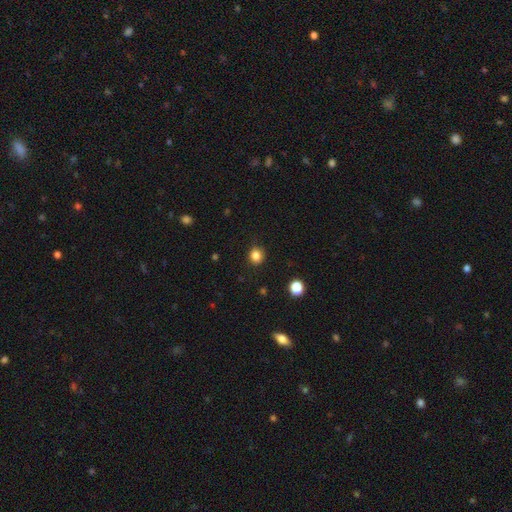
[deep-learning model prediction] smooth-or-featured: smooth: 84% | star or artifact: 12% | featured or disk: 4%
  how-rounded: round: 77% | in between: 22% | cigar-shaped: 1%
  merging: none: 87% | minor disturbance: 9% | major disturbance: 2% | merger: 1%